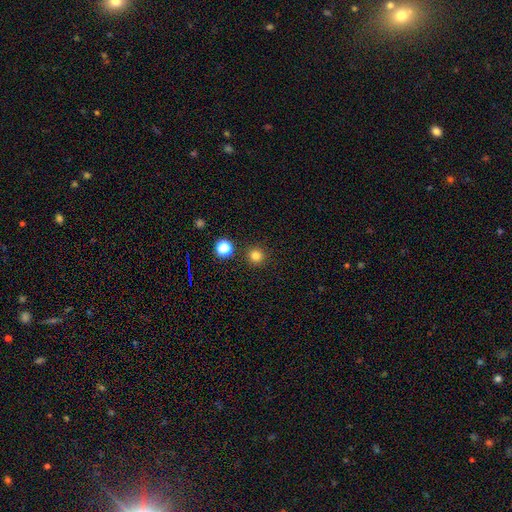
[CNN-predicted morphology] type=smooth (80%); roundness=round (95%); merging=none (90%).